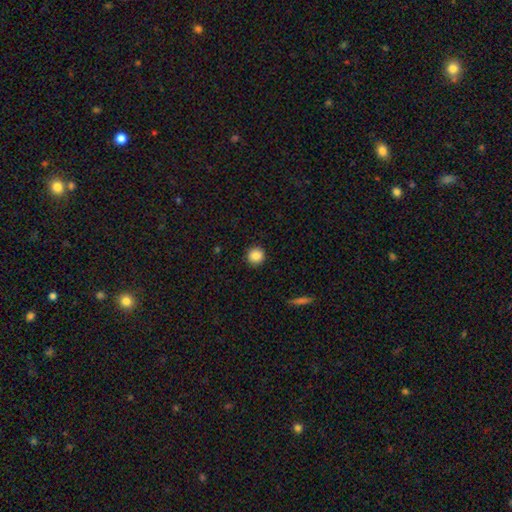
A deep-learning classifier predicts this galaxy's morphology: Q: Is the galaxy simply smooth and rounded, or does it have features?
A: smooth — 88%.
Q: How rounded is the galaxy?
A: round — 94%.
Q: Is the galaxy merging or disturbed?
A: none — 91%.